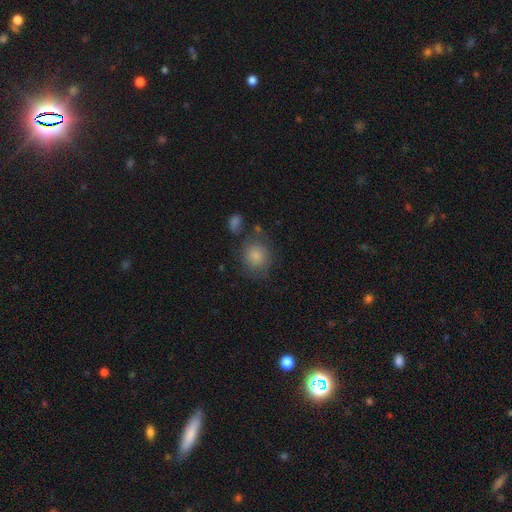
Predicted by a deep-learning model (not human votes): This is likely a smooth galaxy (80%). How rounded: likely round (78%). Merging: likely none (63%).